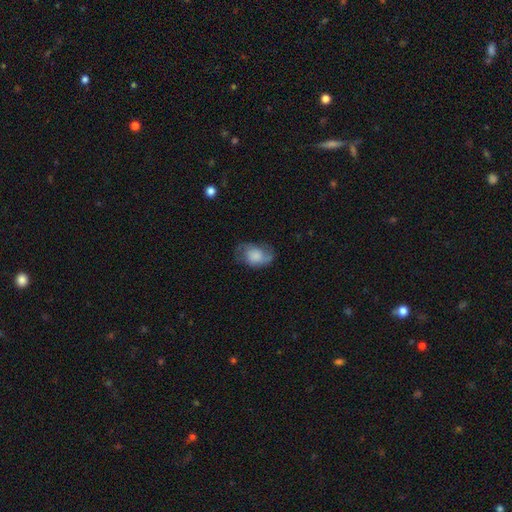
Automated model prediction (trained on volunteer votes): smooth_or_featured: smooth (p=0.51) [alt: featured or disk p=0.41]
how_rounded: in between (p=0.75) [alt: round p=0.24]
merging: none (p=0.57) [alt: minor disturbance p=0.27]